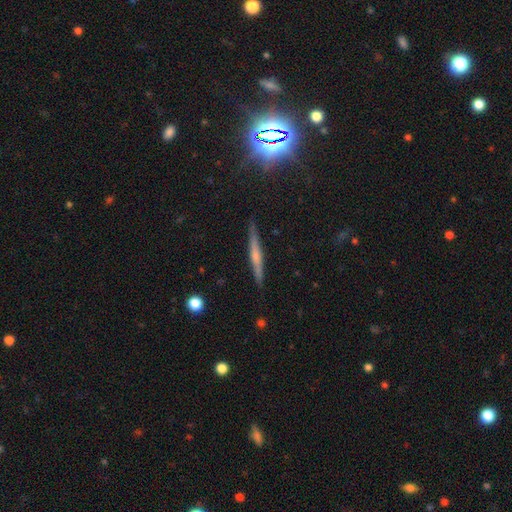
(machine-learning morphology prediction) Smooth or featured?
  - featured or disk: 58% *
  - smooth: 34%
  - star or artifact: 8%
Edge-on disk?
  - yes: 97% *
  - no: 3%
Edge-on bulge?
  - rounded: 54% *
  - none: 36%
  - boxy: 10%
Merging?
  - none: 88% *
  - minor disturbance: 9%
  - major disturbance: 2%
  - merger: 1%